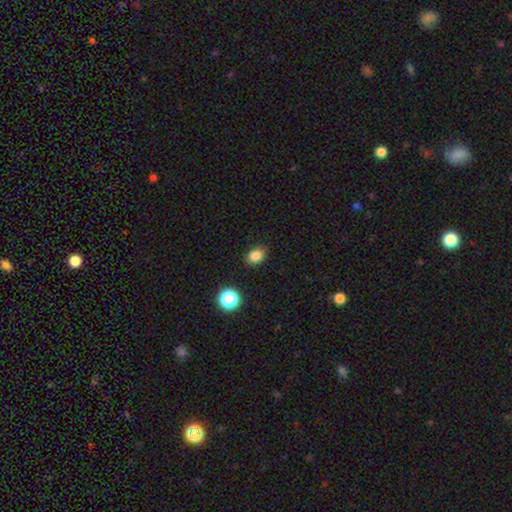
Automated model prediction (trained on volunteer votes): Smooth or featured?
  - smooth: 83% *
  - star or artifact: 12%
  - featured or disk: 5%
How rounded?
  - in between: 58% *
  - round: 41%
  - cigar-shaped: 1%
Merging?
  - none: 87% *
  - minor disturbance: 9%
  - major disturbance: 2%
  - merger: 1%